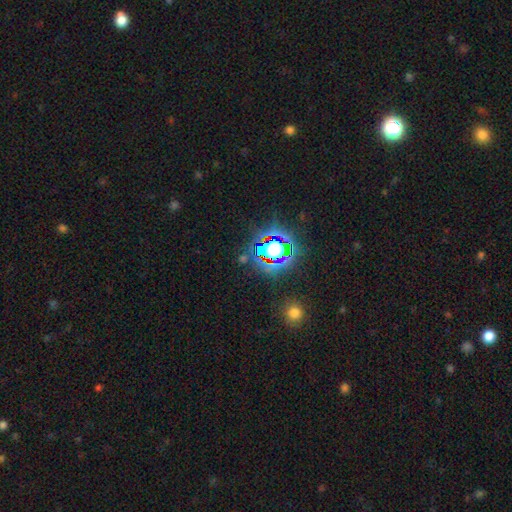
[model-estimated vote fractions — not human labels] Q: Smooth or featured?
A: star or artifact (80%); runner-up: smooth (12%)